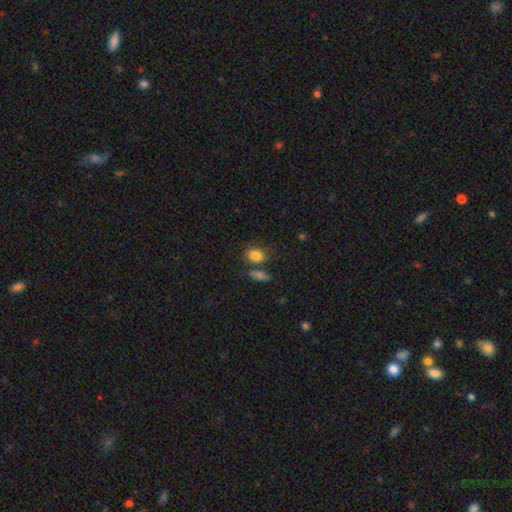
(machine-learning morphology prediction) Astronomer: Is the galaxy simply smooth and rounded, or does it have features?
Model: smooth — 84%.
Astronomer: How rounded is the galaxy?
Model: in between — 62%.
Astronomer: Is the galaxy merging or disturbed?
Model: none — 63%.